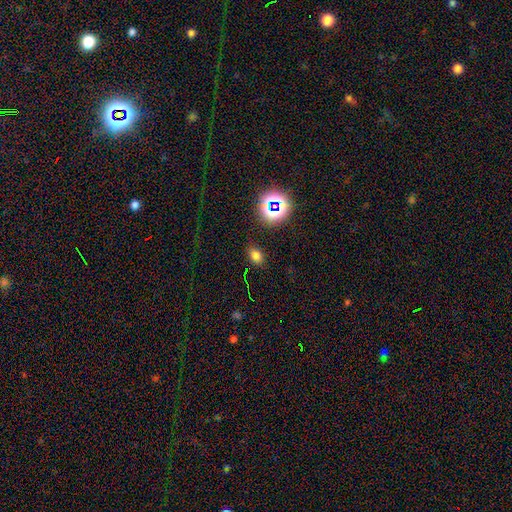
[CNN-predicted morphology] type=smooth (71%); roundness=in between (77%); merging=none (84%).